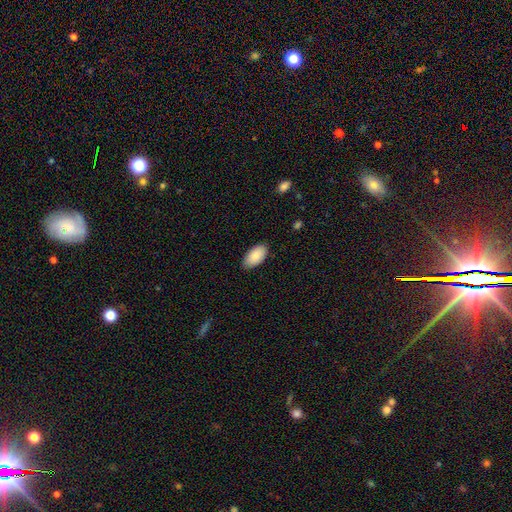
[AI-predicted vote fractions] smooth_or_featured: smooth (p=0.89) [alt: star or artifact p=0.06]
how_rounded: in between (p=0.96) [alt: cigar-shaped p=0.02]
merging: none (p=0.84) [alt: minor disturbance p=0.13]